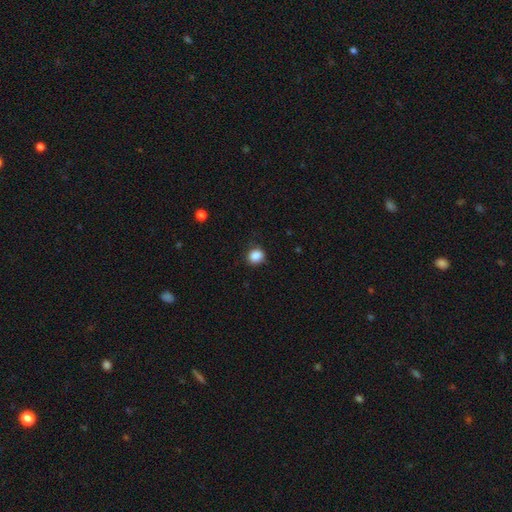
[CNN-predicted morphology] Smooth or featured?
  - smooth: 87% *
  - star or artifact: 10%
  - featured or disk: 3%
How rounded?
  - round: 78% *
  - in between: 21%
  - cigar-shaped: 1%
Merging?
  - none: 83% *
  - minor disturbance: 13%
  - major disturbance: 3%
  - merger: 1%